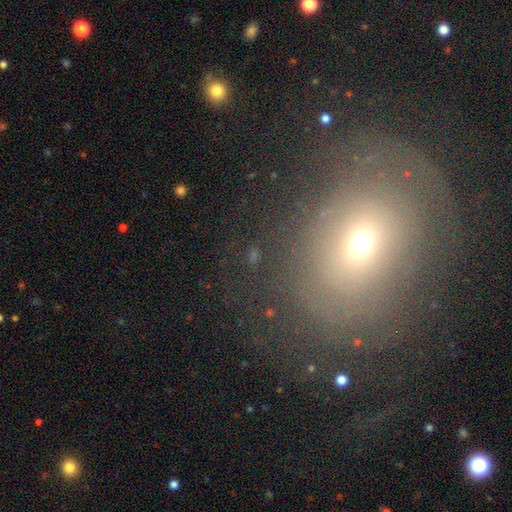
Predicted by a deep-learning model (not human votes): Smooth or featured? smooth (45%)
Merging? none (71%)